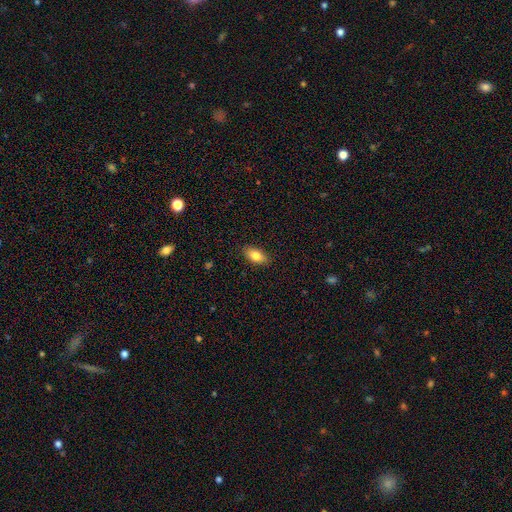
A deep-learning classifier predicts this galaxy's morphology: type=smooth (80%); roundness=in between (90%); merging=none (88%).